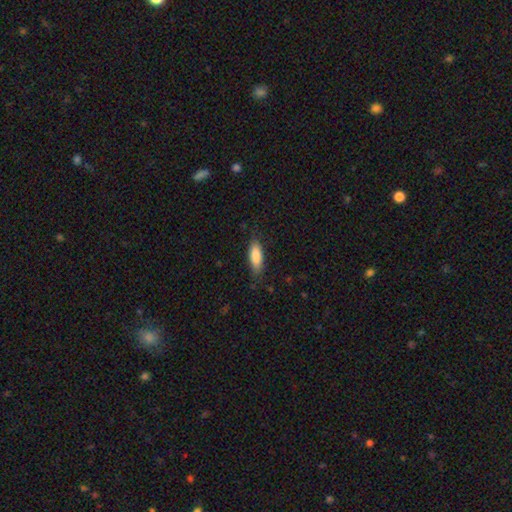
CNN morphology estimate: Smooth or featured?
  - smooth: 83% *
  - featured or disk: 11%
  - star or artifact: 6%
How rounded?
  - in between: 69% *
  - cigar-shaped: 29%
  - round: 2%
Merging?
  - none: 79% *
  - minor disturbance: 17%
  - major disturbance: 4%
  - merger: 1%